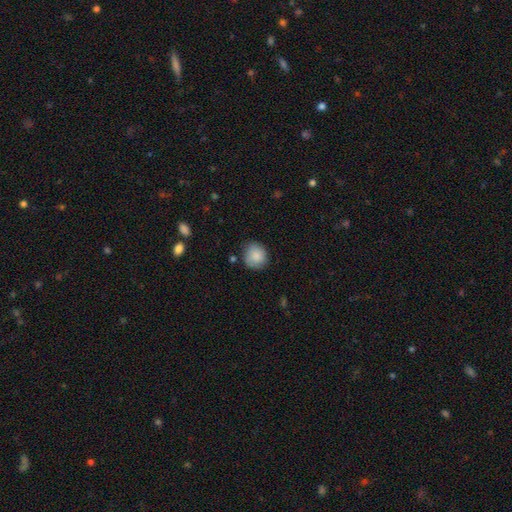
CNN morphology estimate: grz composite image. It shows a smooth galaxy with no disk features (85%) that is round (84%). Merging: none (77%).